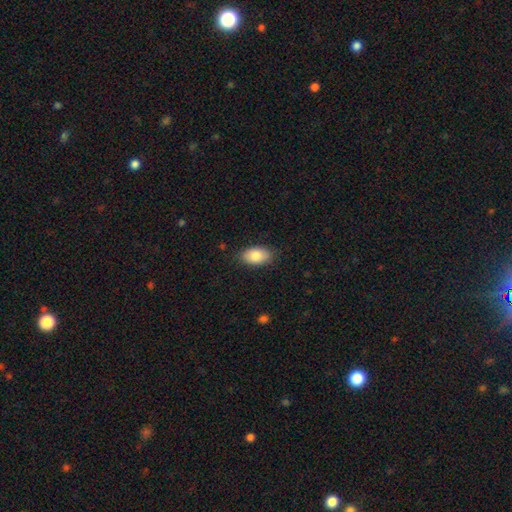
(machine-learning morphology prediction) type=smooth (84%); roundness=in between (93%); merging=none (85%).